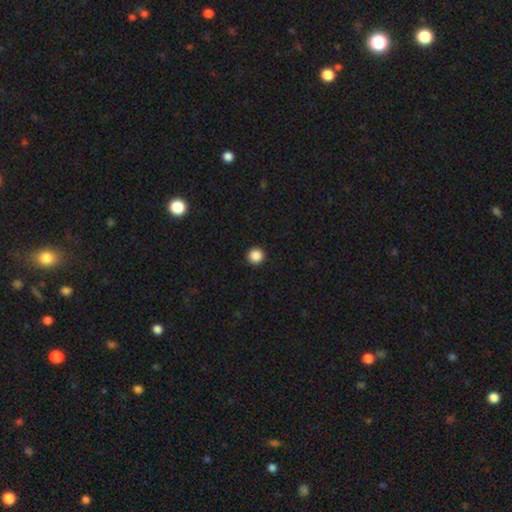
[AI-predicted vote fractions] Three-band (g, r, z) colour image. It shows a smooth galaxy with no disk features (88%) that is round (95%). Merging: none (93%).